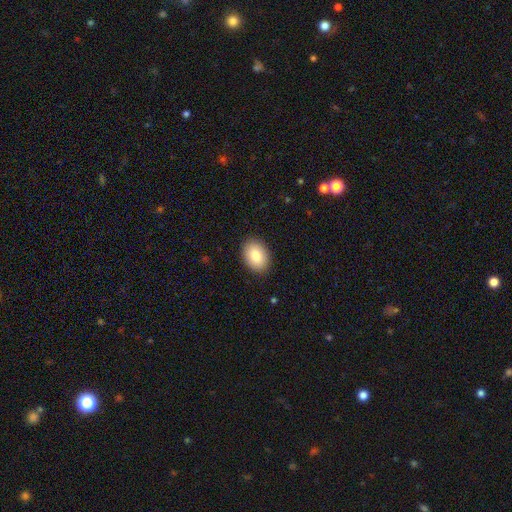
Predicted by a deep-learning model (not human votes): A smooth galaxy with no disk features (83%) that is in between round and cigar-shaped (79%).

Vote fractions:
- Smooth or featured? smooth: 83% / featured or disk: 9% / star or artifact: 7%
- How rounded? in between: 79% / round: 20% / cigar-shaped: 1%
- Merging? none: 89% / minor disturbance: 8% / major disturbance: 2% / merger: 1%